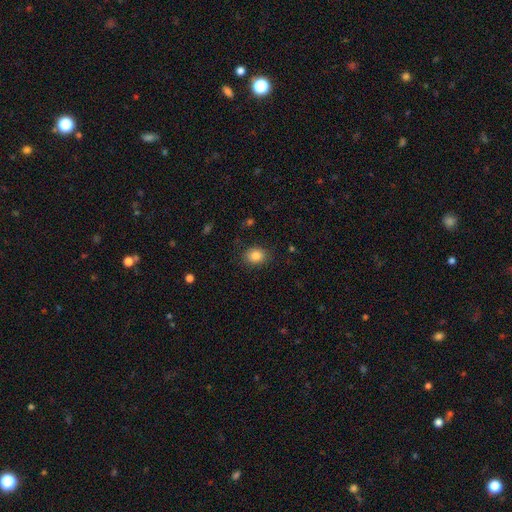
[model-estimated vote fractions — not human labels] A smooth galaxy with no disk features (85%) that is round (53%). Merging: none (87%).